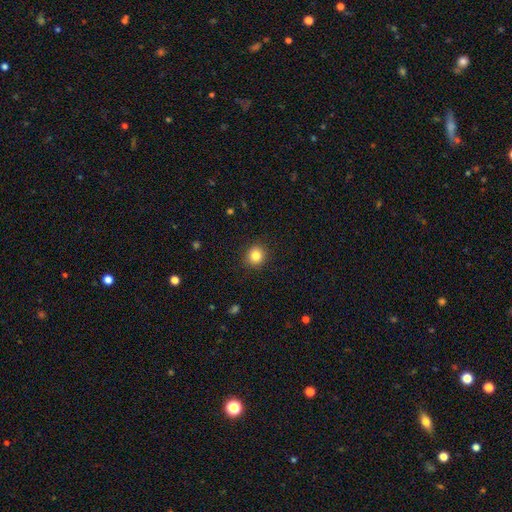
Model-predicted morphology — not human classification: A smooth galaxy with no disk features (84%) that is round (88%).

Vote fractions:
- Smooth or featured? smooth: 84% / star or artifact: 11% / featured or disk: 6%
- How rounded? round: 88% / in between: 11% / cigar-shaped: 1%
- Merging? none: 90% / minor disturbance: 7% / major disturbance: 2% / merger: 1%